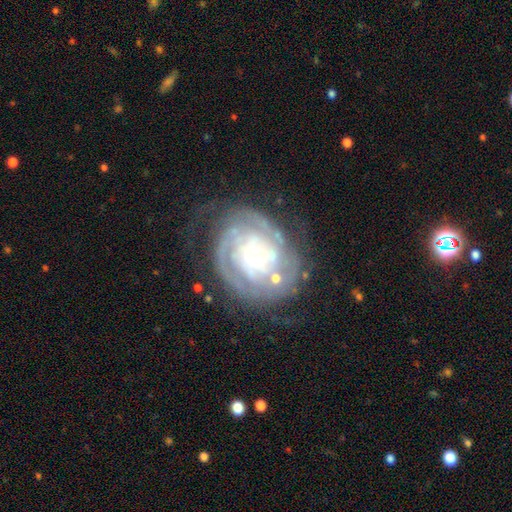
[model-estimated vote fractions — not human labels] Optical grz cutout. It shows a featured or disk galaxy (84%) with no bar (69%), tight (71%) spiral arms (92%) and a small central bulge (63%). Merging: none (58%).